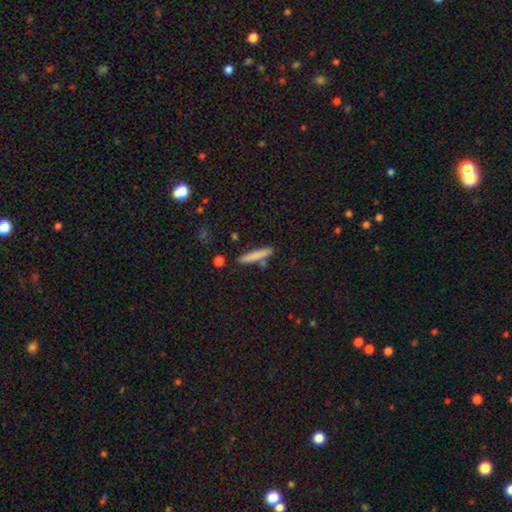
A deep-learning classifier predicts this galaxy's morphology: Smooth or featured: smooth — 78% (featured or disk — 15%)
How rounded: cigar-shaped — 91% (in between — 7%)
Merging: none — 80% (minor disturbance — 11%)